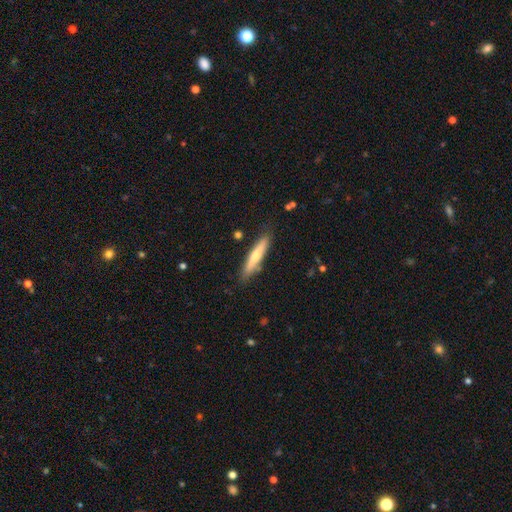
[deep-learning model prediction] A smooth galaxy with no disk features (58%) that is cigar-shaped (89%). Merging: none (84%).